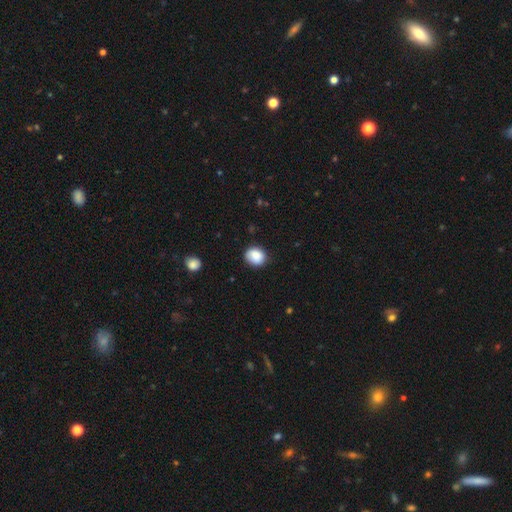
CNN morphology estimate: This is clearly a smooth galaxy (84%). How rounded: likely round (67%). Merging: likely none (78%).